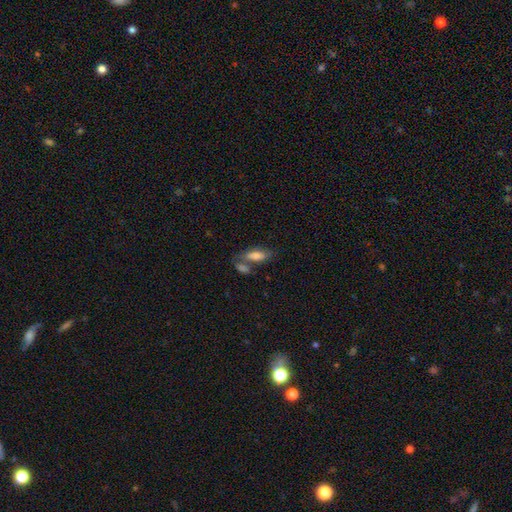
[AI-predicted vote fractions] Smooth or featured?
  - smooth: 74% *
  - featured or disk: 18%
  - star or artifact: 8%
How rounded?
  - in between: 73% *
  - cigar-shaped: 24%
  - round: 3%
Merging?
  - none: 46% *
  - merger: 34%
  - minor disturbance: 14%
  - major disturbance: 6%